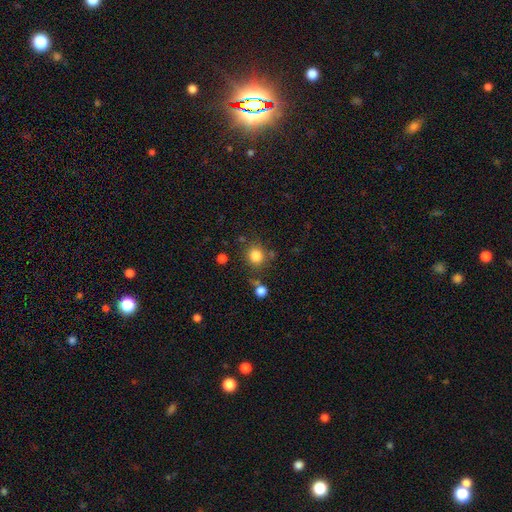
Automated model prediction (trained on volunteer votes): The model was most divided on "merging": none: 77%, minor disturbance: 10%, merger: 8%, major disturbance: 4%. More confident: how rounded — round (88%); smooth or featured — smooth (82%).